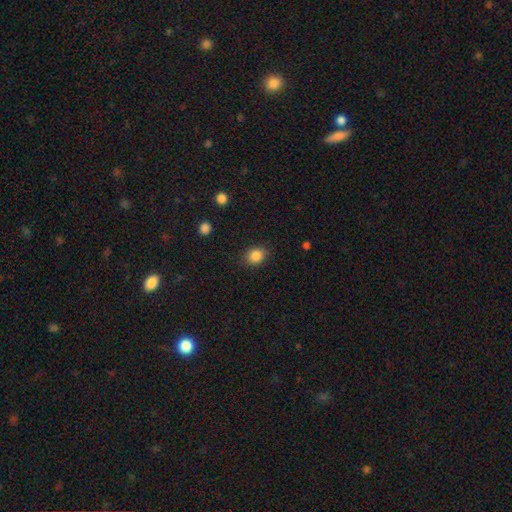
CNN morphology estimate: The model was most divided on "how rounded": round: 51%, in between: 48%, cigar-shaped: 1%. More confident: smooth or featured — smooth (86%); merging — none (85%).